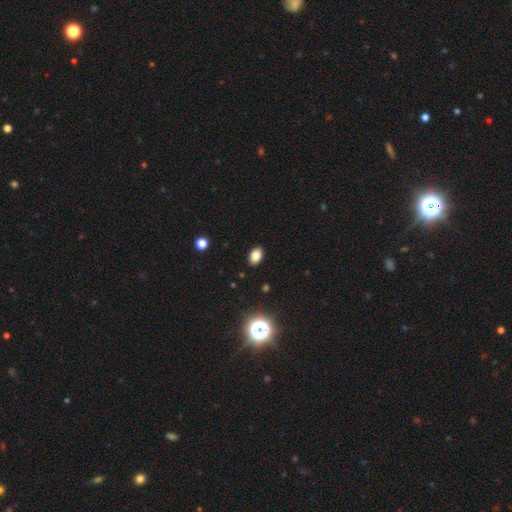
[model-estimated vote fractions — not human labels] Smooth or featured: smooth — 82% (star or artifact — 12%)
How rounded: in between — 85% (round — 14%)
Merging: none — 89% (minor disturbance — 8%)